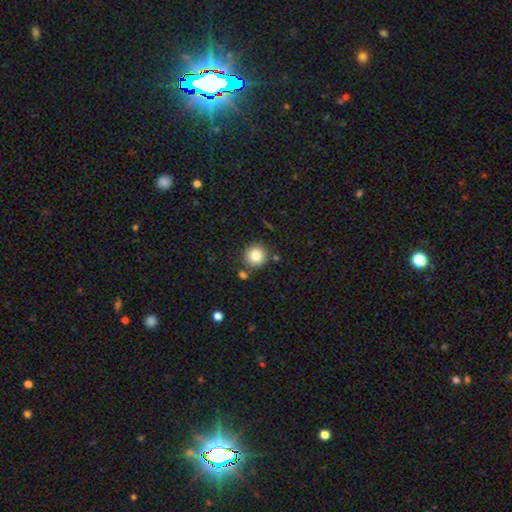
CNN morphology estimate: This is clearly a smooth galaxy (84%). How rounded: clearly round (93%). Merging: clearly none (82%).